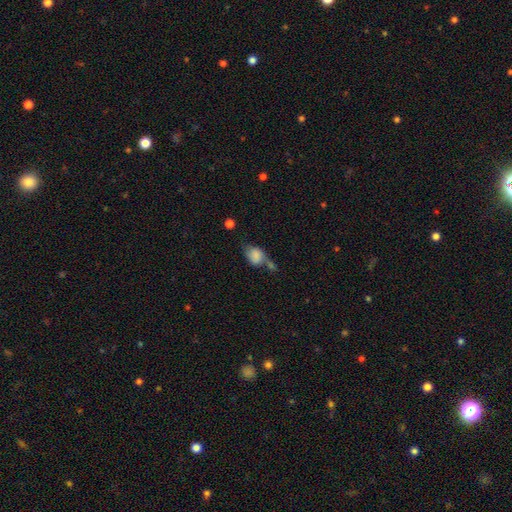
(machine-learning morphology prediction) A smooth galaxy with no disk features (73%) that is in between round and cigar-shaped (64%).

Vote fractions:
- Smooth or featured? smooth: 73% / featured or disk: 17% / star or artifact: 9%
- How rounded? in between: 64% / round: 34% / cigar-shaped: 2%
- Merging? merger: 33% / none: 28% / minor disturbance: 23% / major disturbance: 17%